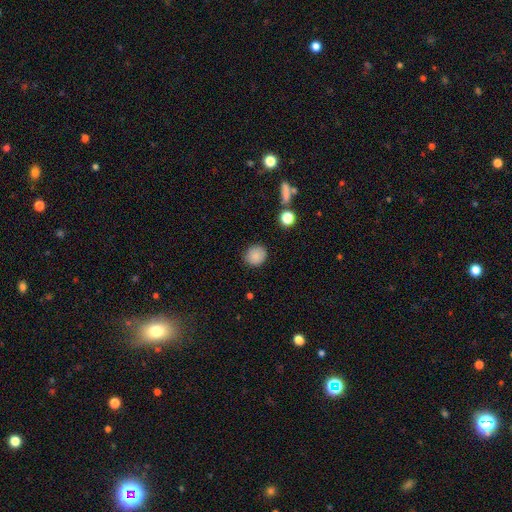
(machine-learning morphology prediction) smooth-or-featured: smooth: 86% | star or artifact: 10% | featured or disk: 5%
  how-rounded: round: 82% | in between: 17% | cigar-shaped: 1%
  merging: none: 86% | minor disturbance: 10% | major disturbance: 2% | merger: 2%